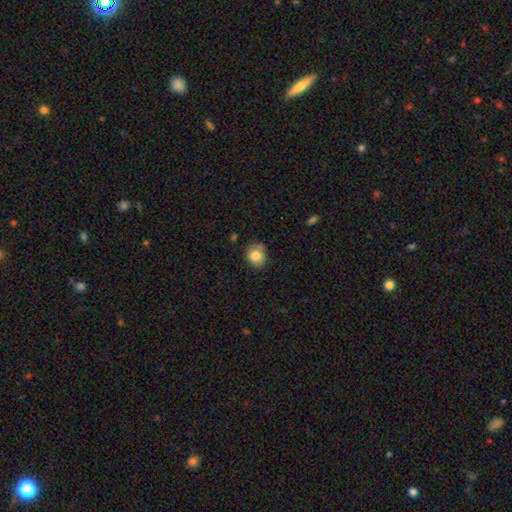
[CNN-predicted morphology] smooth-or-featured: smooth: 82% | star or artifact: 9% | featured or disk: 8%
  how-rounded: round: 76% | in between: 24% | cigar-shaped: 1%
  merging: none: 76% | minor disturbance: 19% | major disturbance: 3% | merger: 2%